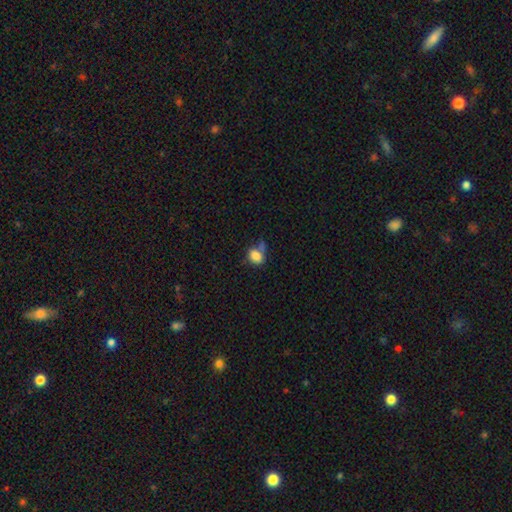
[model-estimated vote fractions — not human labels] This appears to be a smooth galaxy with no disk features (82%) that is in between round and cigar-shaped (68%). Merging: none (38%).